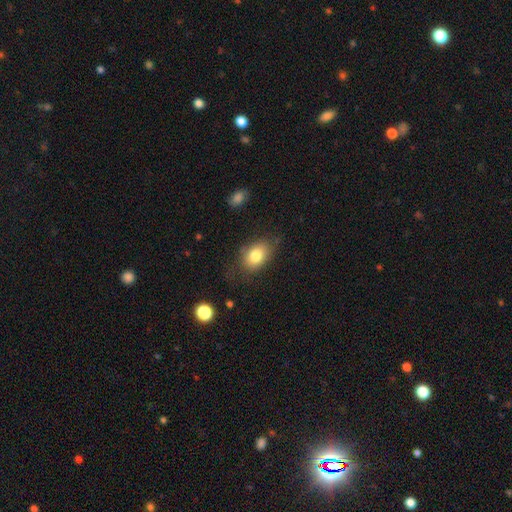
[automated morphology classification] Q: Smooth or featured?
A: smooth (81%); runner-up: featured or disk (11%)
Q: How rounded?
A: in between (79%); runner-up: round (20%)
Q: Merging?
A: none (69%); runner-up: minor disturbance (22%)